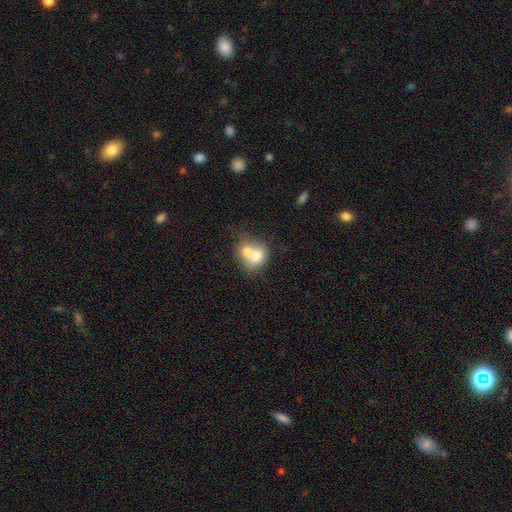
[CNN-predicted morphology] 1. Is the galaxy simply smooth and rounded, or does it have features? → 67% smooth, 24% featured or disk, 8% star or artifact.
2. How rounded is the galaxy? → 64% round, 36% in between, 1% cigar-shaped.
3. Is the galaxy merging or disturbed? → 69% merger, 22% none, 6% minor disturbance, 3% major disturbance.